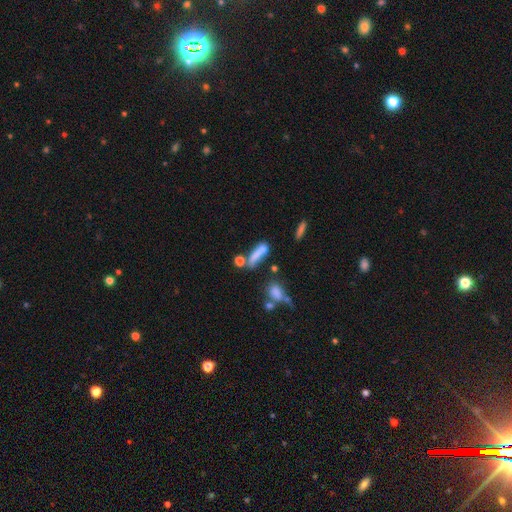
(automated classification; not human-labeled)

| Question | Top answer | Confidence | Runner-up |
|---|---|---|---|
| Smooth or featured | smooth | 69% | featured or disk (19%) |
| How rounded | cigar-shaped | 69% | in between (25%) |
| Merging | none | 46% | merger (25%) |